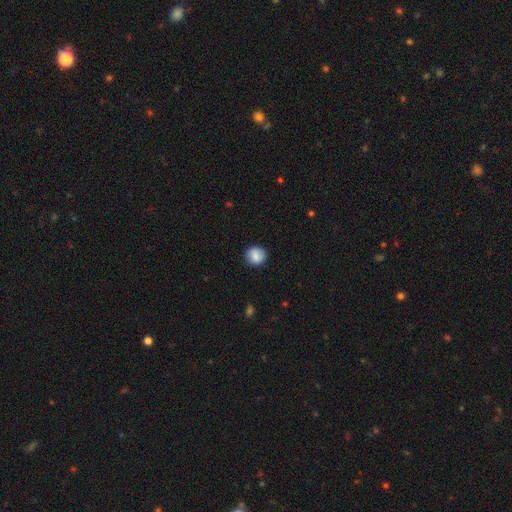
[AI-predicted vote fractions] Smooth or featured: smooth — 82% (featured or disk — 10%)
How rounded: round — 87% (in between — 12%)
Merging: none — 88% (minor disturbance — 9%)